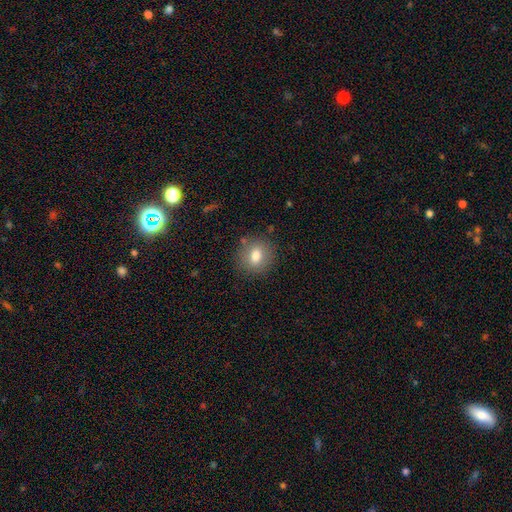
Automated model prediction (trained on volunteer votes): smooth 78%, featured or disk 13%, star or artifact 10%. Down the decision tree: how rounded — round (67%); merging — none (84%).